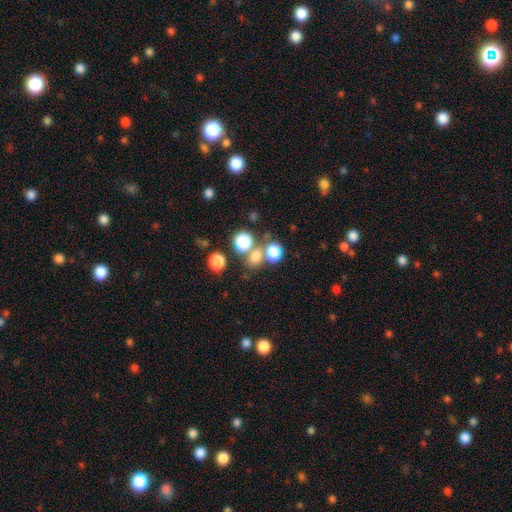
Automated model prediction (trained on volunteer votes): Smooth or featured? Predicted: smooth (p=0.73). How rounded? Predicted: round (p=0.68). Merging? Predicted: none (p=0.56).